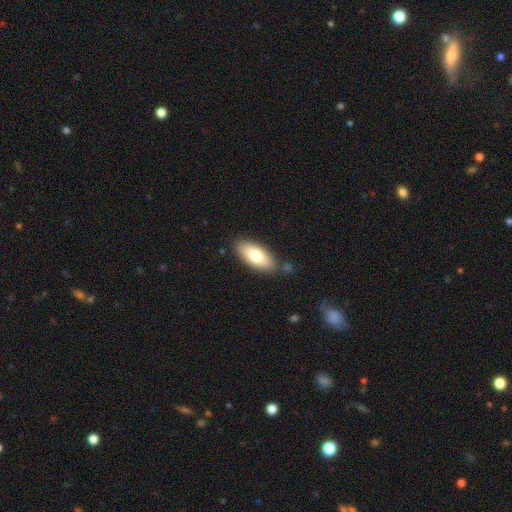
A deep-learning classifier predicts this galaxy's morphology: Overall: smooth (74%). How rounded: in between (87%). Merging: none (81%).